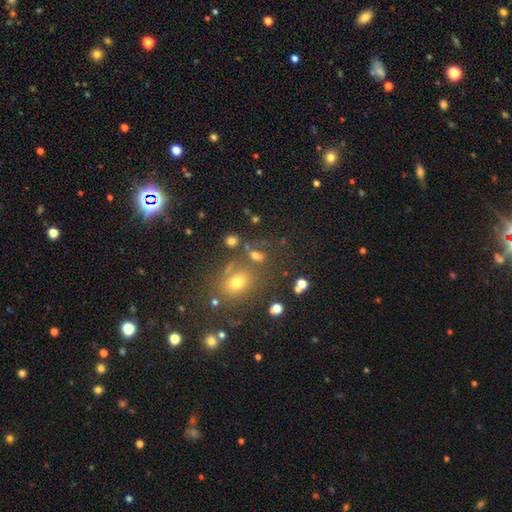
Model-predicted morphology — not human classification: This appears to be a smooth galaxy with no disk features (65%) that is in between round and cigar-shaped (54%). Merging: none (58%).